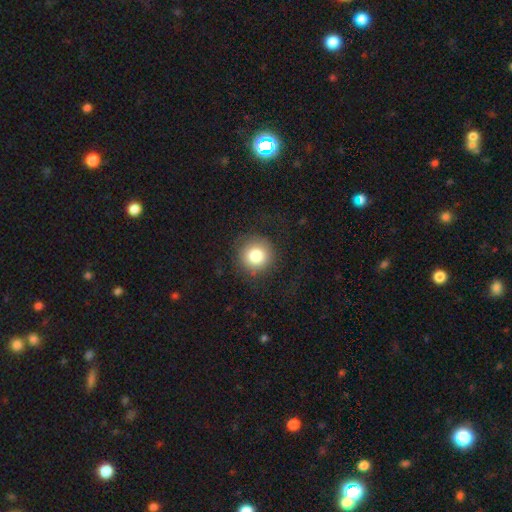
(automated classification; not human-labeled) Smooth or featured? smooth (80%)
How rounded? round (94%)
Merging? none (83%)